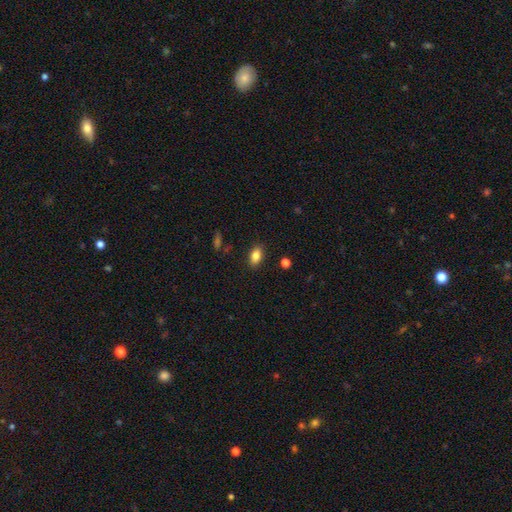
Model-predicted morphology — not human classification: Smooth or featured? Predicted: smooth (p=0.82). How rounded? Predicted: in between (p=0.87). Merging? Predicted: none (p=0.87).